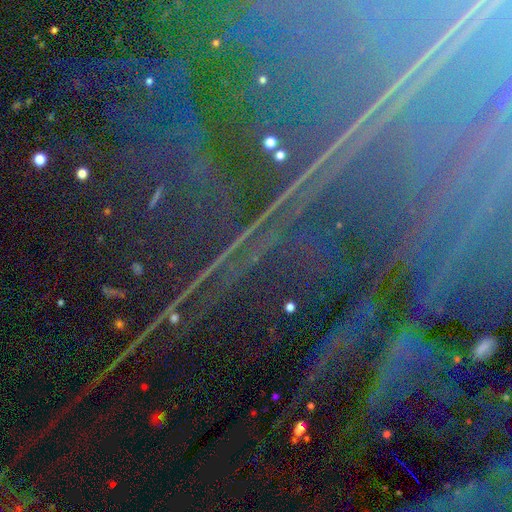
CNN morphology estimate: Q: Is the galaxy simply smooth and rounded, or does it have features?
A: star or artifact — 90%.